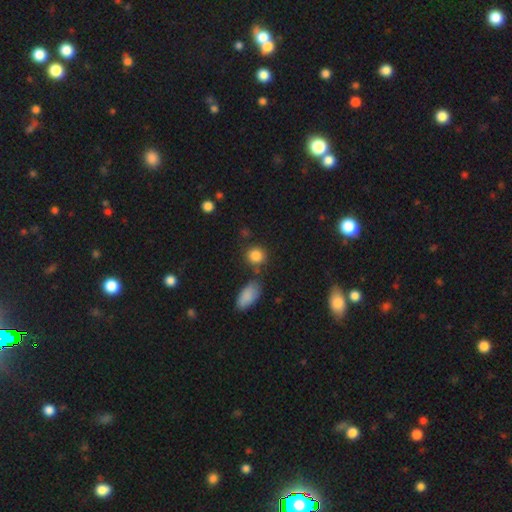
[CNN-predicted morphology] smooth-or-featured: smooth: 86% | star or artifact: 10% | featured or disk: 5%
  how-rounded: round: 80% | in between: 18% | cigar-shaped: 2%
  merging: none: 74% | minor disturbance: 12% | merger: 10% | major disturbance: 4%